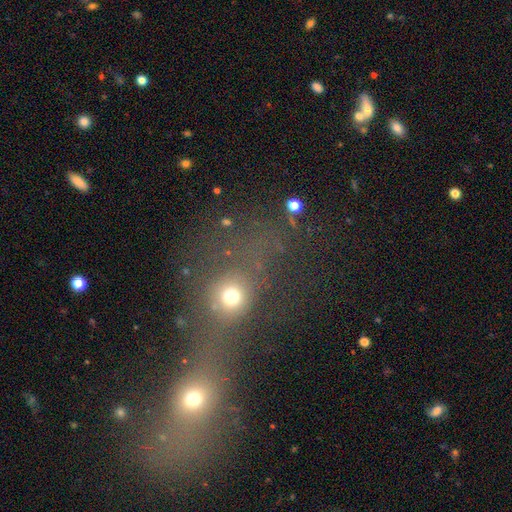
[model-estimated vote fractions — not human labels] Q: Smooth or featured?
A: smooth (47%); runner-up: star or artifact (35%)
Q: Merging?
A: merger (78%); runner-up: none (13%)